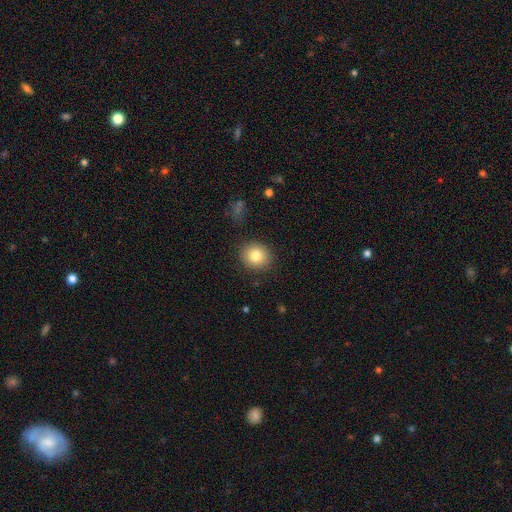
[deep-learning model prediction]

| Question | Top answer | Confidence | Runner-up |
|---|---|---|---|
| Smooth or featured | smooth | 81% | star or artifact (9%) |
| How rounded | round | 82% | in between (17%) |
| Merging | none | 88% | minor disturbance (8%) |